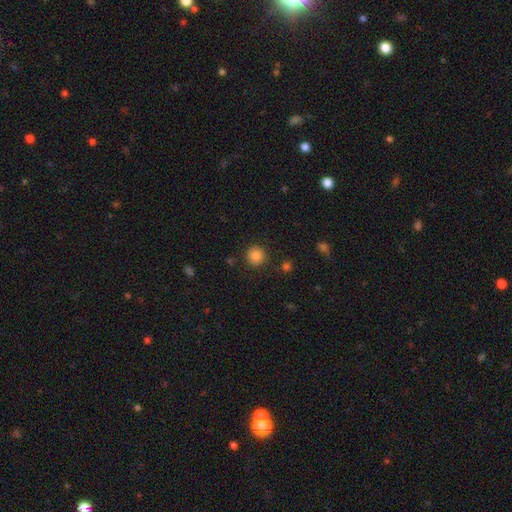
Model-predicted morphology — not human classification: Q: Smooth or featured?
A: smooth (85%); runner-up: star or artifact (11%)
Q: How rounded?
A: round (94%); runner-up: in between (5%)
Q: Merging?
A: none (89%); runner-up: minor disturbance (7%)